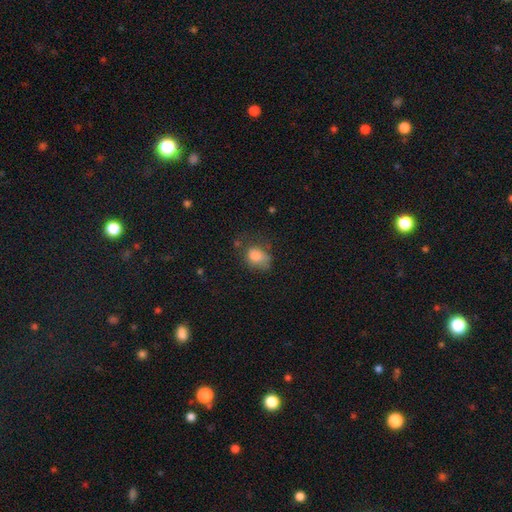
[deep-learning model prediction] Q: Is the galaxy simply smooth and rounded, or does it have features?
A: smooth — 80%.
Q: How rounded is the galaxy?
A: in between — 62%.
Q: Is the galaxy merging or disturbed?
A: none — 42%.